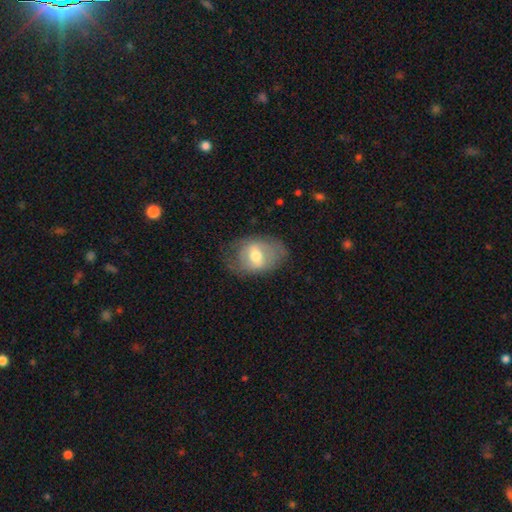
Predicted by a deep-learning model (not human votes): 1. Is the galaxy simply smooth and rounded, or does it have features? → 49% featured or disk, 44% smooth, 7% star or artifact.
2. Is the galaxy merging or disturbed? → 66% none, 22% minor disturbance, 11% major disturbance, 1% merger.